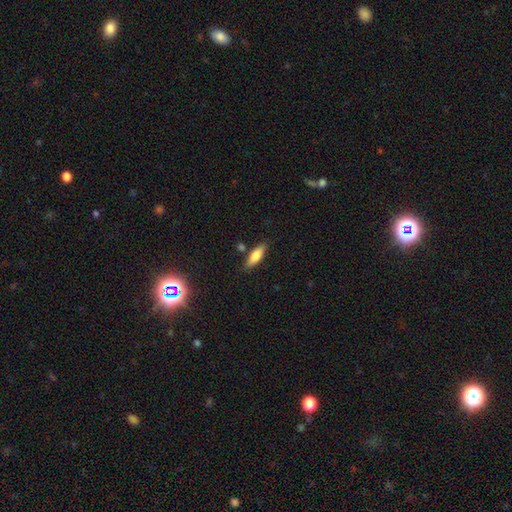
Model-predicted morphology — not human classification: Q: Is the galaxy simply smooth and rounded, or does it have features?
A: smooth — 74%.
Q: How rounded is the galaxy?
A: in between — 51%.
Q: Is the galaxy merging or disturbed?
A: none — 80%.